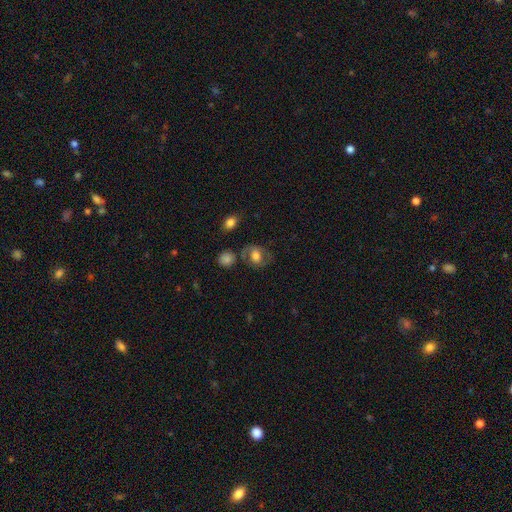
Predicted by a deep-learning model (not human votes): Morphology: type=smooth (56%); roundness=in between (51%); merging=none (61%).